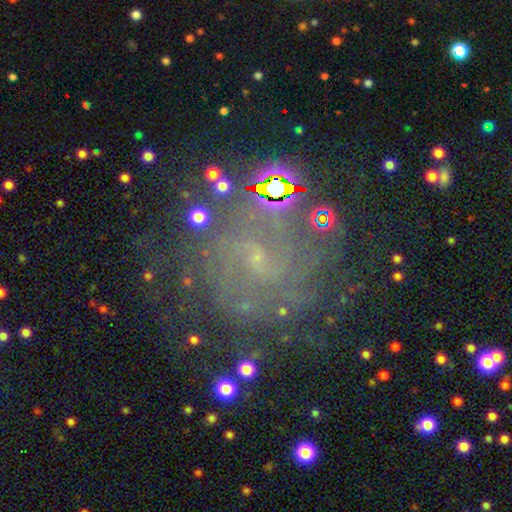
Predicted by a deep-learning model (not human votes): Morphology: type=featured or disk (70%); edge-on=no (97%); bar=no (47%); spiral arms=yes (87%); winding=tight (54%); arm count=can't tell (45%); bulge=small (75%); merging=none (71%).